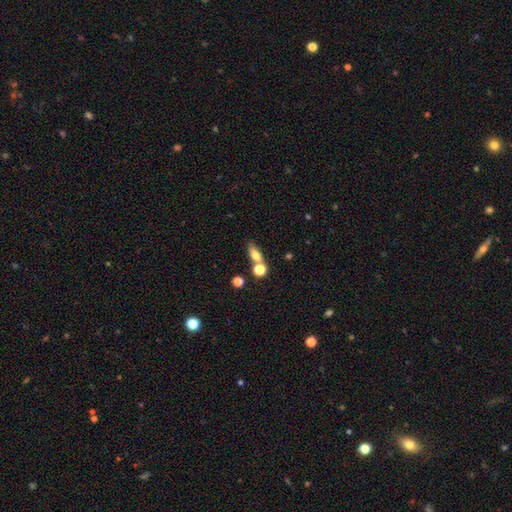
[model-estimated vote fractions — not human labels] Smooth or featured? smooth (72%)
How rounded? in between (66%)
Merging? none (52%)